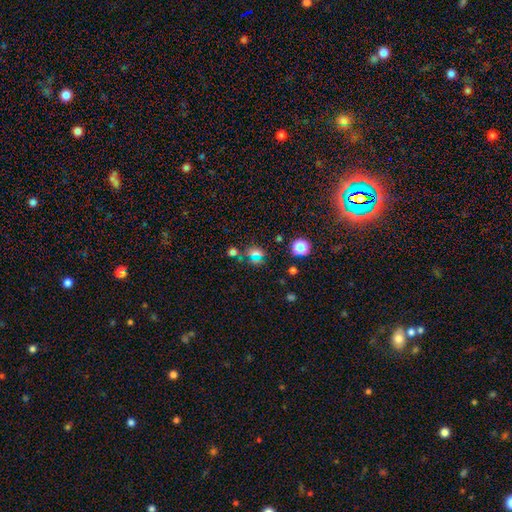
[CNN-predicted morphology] This appears to be a smooth galaxy with no disk features (50%) that is round (62%). Merging: none (67%).